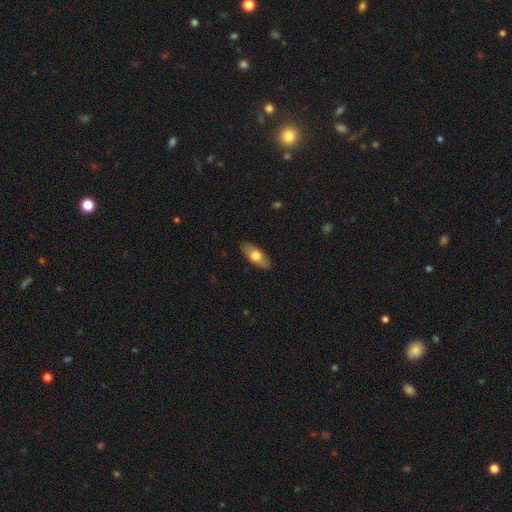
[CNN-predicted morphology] smooth-or-featured: smooth: 64% | featured or disk: 30% | star or artifact: 6%
  how-rounded: in between: 82% | cigar-shaped: 15% | round: 4%
  merging: none: 88% | minor disturbance: 9% | major disturbance: 2% | merger: 1%